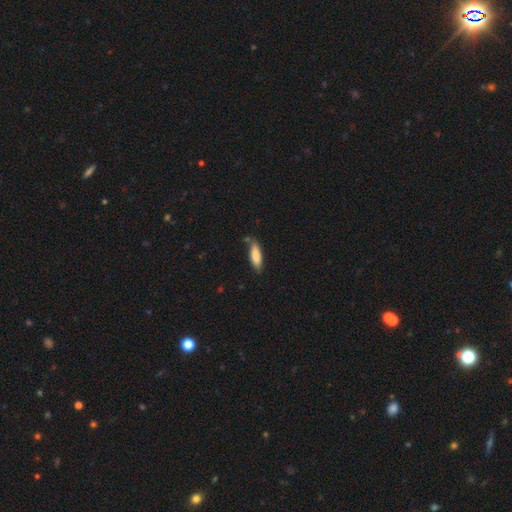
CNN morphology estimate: Smooth or featured: smooth — 83% (featured or disk — 11%)
How rounded: cigar-shaped — 50% (in between — 49%)
Merging: none — 71% (minor disturbance — 20%)